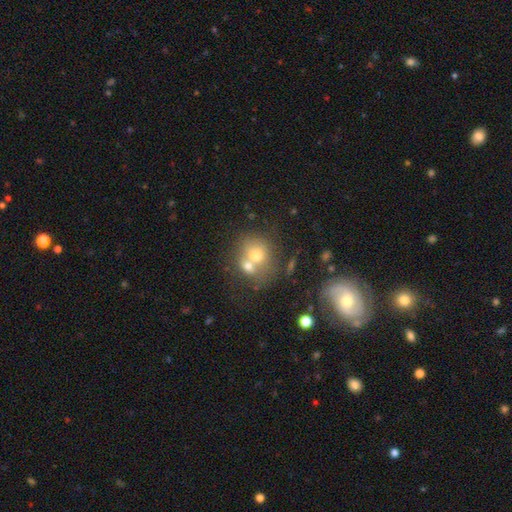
Smooth or featured?
  - smooth: 72% *
  - featured or disk: 21%
  - star or artifact: 8%
How rounded?
  - round: 71% *
  - in between: 29%
  - cigar-shaped: 0%
Merging?
  - merger: 44% *
  - none: 42%
  - major disturbance: 8%
  - minor disturbance: 6%